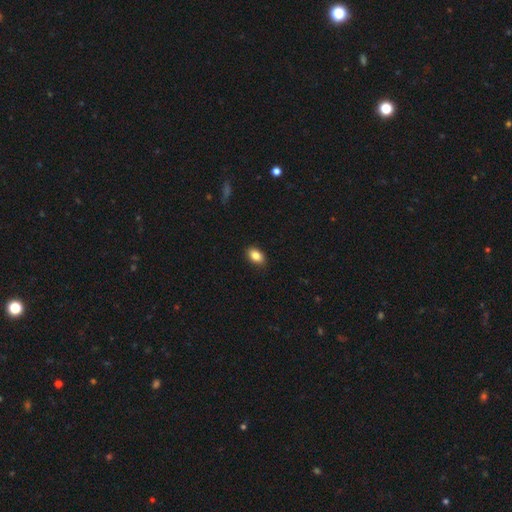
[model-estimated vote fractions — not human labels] Overall: smooth (86%). How rounded: in between (87%). Merging: none (88%).